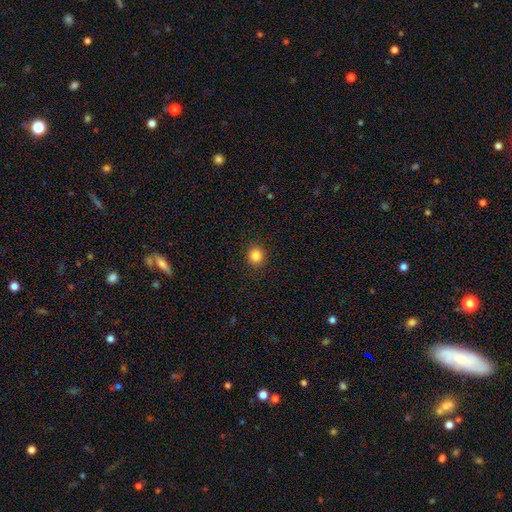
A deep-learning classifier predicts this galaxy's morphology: smooth_or_featured: smooth (p=0.85) [alt: star or artifact p=0.11]
how_rounded: round (p=0.88) [alt: in between p=0.11]
merging: none (p=0.91) [alt: minor disturbance p=0.06]